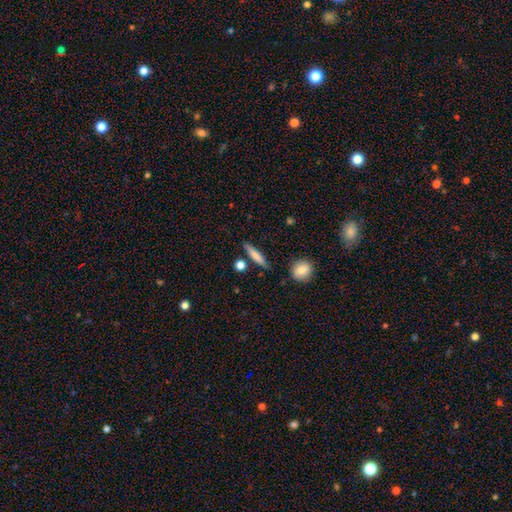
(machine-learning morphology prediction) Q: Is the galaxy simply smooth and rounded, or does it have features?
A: smooth — 74%.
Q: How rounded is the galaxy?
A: cigar-shaped — 83%.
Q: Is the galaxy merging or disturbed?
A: none — 82%.